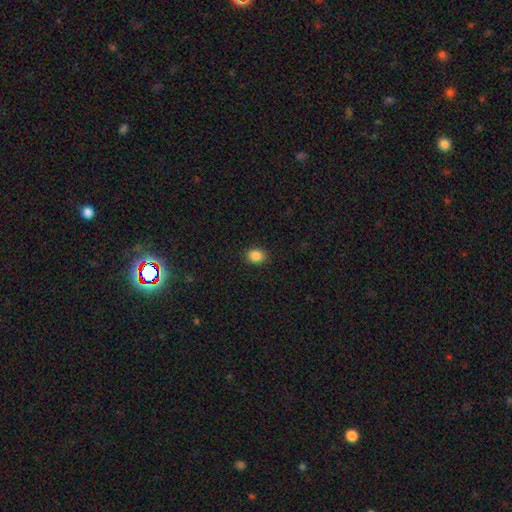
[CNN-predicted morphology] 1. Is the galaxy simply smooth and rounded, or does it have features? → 87% smooth, 10% star or artifact, 3% featured or disk.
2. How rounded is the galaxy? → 56% round, 43% in between, 1% cigar-shaped.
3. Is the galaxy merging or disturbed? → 90% none, 7% minor disturbance, 2% major disturbance, 1% merger.